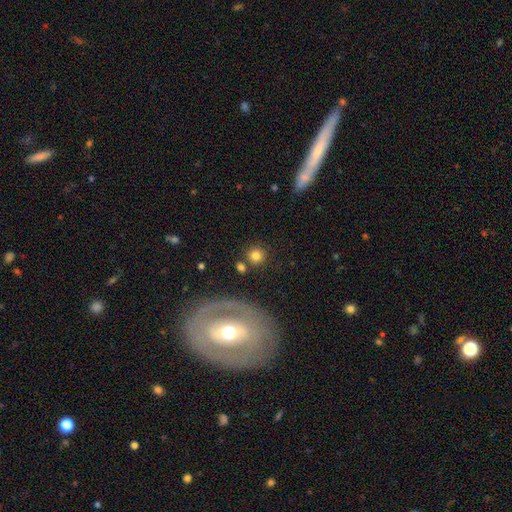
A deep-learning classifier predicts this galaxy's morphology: Overall: smooth (79%). How rounded: round (93%). Merging: none (79%).